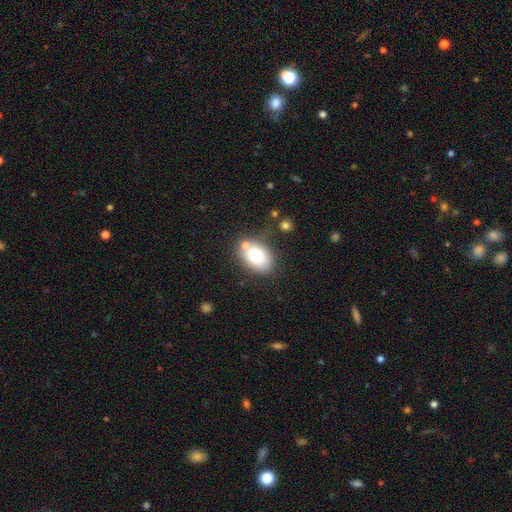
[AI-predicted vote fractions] Smooth or featured? smooth (74%)
How rounded? in between (81%)
Merging? none (67%)